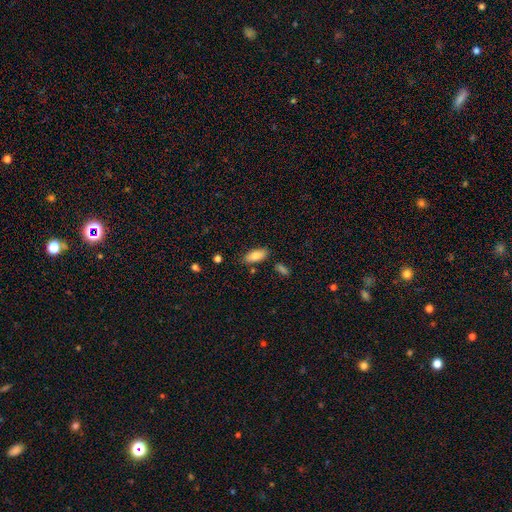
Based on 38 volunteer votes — smooth-or-featured: smooth: 89% | featured or disk: 5% | star or artifact: 5%
  how-rounded: in between: 85% | cigar-shaped: 15% | round: 0%
  merging: none: 75% | minor disturbance: 14% | major disturbance: 6% | merger: 6%